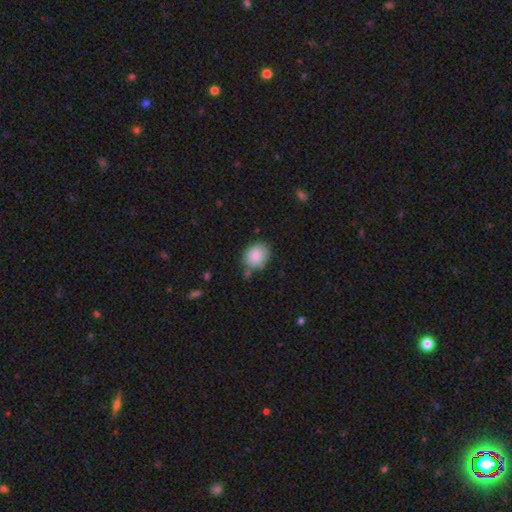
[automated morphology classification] Smooth or featured: smooth — 87% (star or artifact — 7%)
How rounded: round — 56% (in between — 43%)
Merging: none — 71% (minor disturbance — 18%)